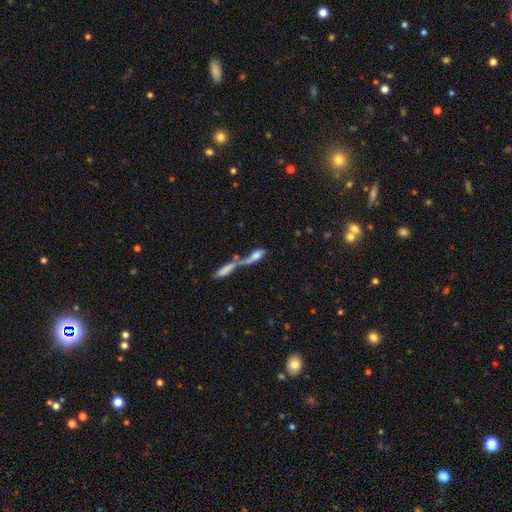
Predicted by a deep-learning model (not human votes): Smooth or featured: smooth — 62% (featured or disk — 28%)
How rounded: in between — 49% (cigar-shaped — 48%)
Merging: merger — 73% (none — 14%)